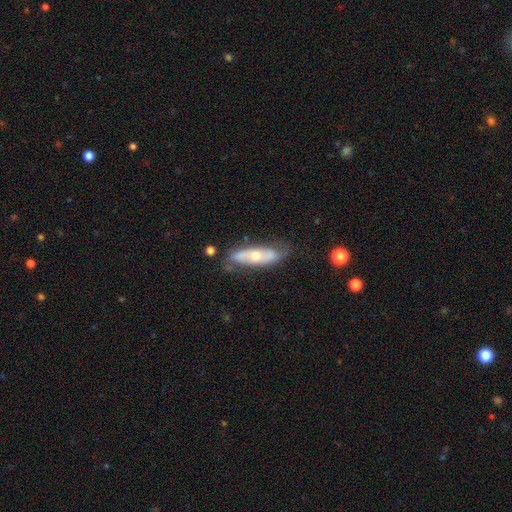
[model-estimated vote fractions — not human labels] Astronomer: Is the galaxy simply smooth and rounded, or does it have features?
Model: featured or disk — 59% (runner-up: smooth, 35%).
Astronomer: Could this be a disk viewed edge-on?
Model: no — 69%.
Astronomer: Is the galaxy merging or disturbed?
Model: none — 68%.